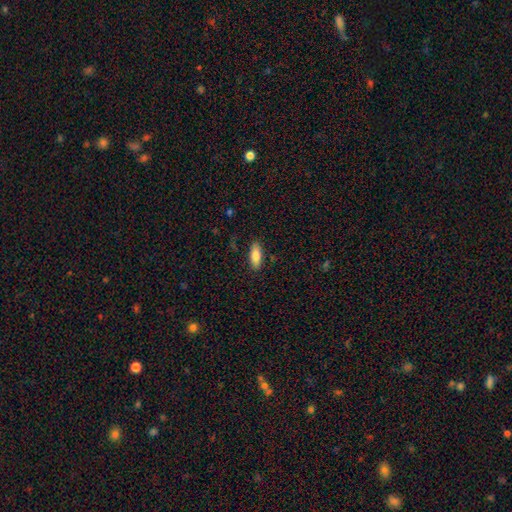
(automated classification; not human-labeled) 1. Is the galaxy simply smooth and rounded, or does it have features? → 82% smooth, 12% featured or disk, 7% star or artifact.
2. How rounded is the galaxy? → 75% in between, 23% cigar-shaped, 2% round.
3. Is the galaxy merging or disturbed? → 86% none, 10% minor disturbance, 2% major disturbance, 1% merger.